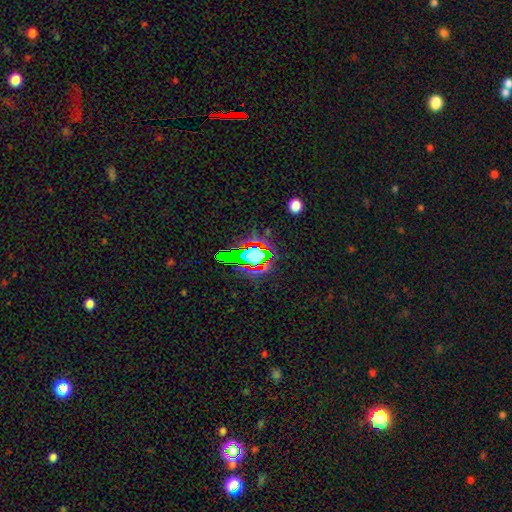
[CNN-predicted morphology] smooth-or-featured: star or artifact: 61% | smooth: 23% | featured or disk: 16%